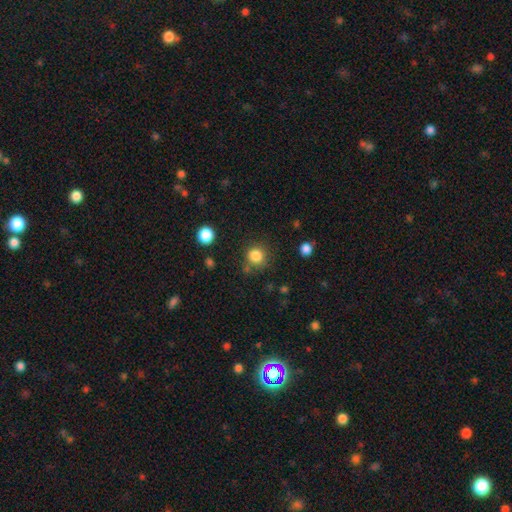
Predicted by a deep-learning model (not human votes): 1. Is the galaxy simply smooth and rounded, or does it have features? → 84% smooth, 11% star or artifact, 4% featured or disk.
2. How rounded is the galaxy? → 90% round, 9% in between, 1% cigar-shaped.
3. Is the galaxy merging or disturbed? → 79% none, 11% minor disturbance, 5% merger, 4% major disturbance.